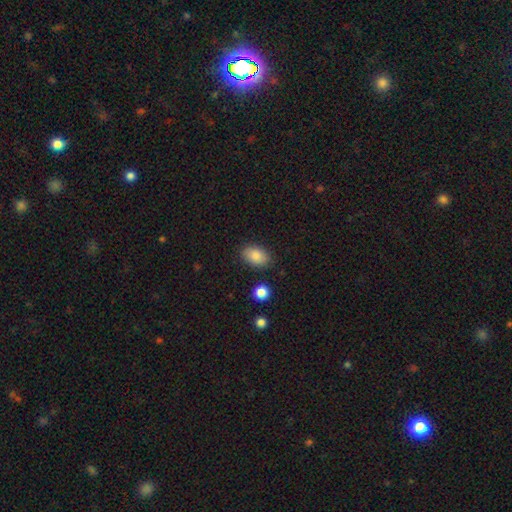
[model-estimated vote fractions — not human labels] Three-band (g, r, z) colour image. It shows a smooth galaxy with no disk features (86%) that is in between round and cigar-shaped (87%). Merging: none (84%).